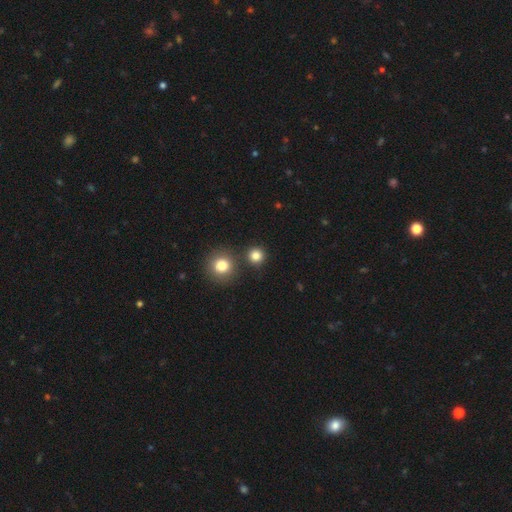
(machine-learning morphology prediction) type=smooth (82%); roundness=round (94%); merging=none (82%).